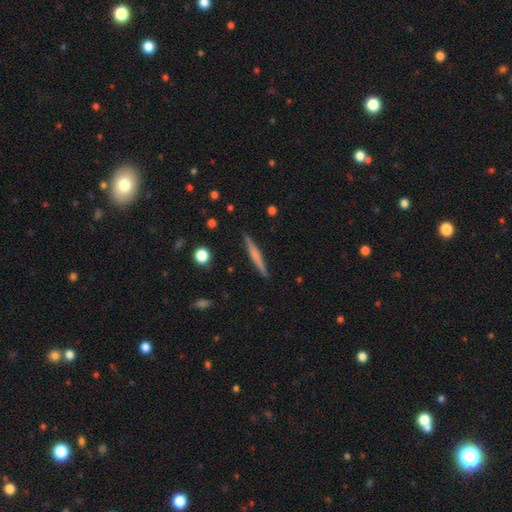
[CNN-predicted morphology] This appears to be a smooth galaxy with no disk features (50%). Merging: none (90%).